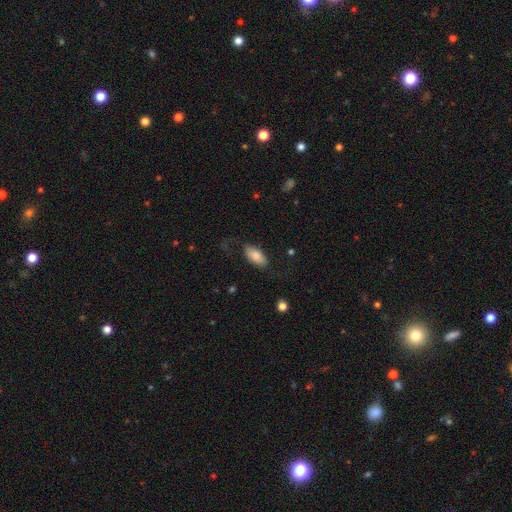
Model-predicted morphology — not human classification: Smooth or featured: smooth — 77% (featured or disk — 16%)
How rounded: in between — 91% (cigar-shaped — 6%)
Merging: none — 65% (minor disturbance — 20%)